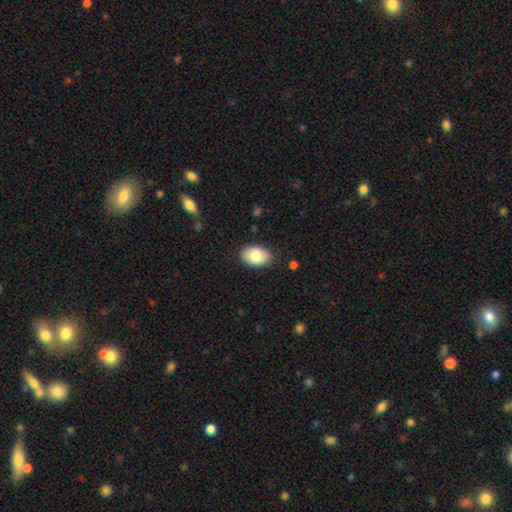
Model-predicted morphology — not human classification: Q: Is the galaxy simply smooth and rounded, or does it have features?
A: smooth — 83%.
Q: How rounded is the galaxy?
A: in between — 86%.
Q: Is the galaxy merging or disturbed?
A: none — 87%.